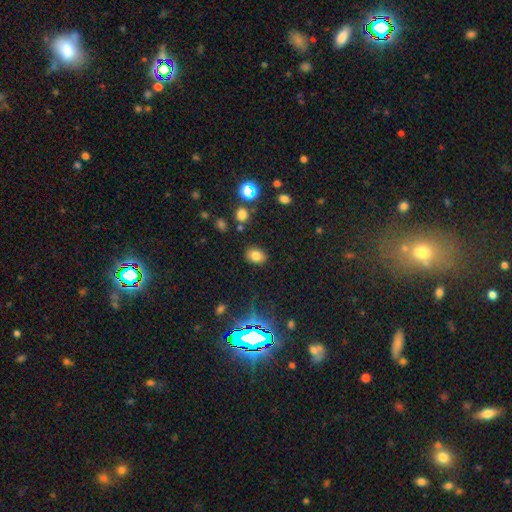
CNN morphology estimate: This is likely a smooth galaxy (77%). How rounded: likely in between (67%). Merging: clearly none (84%).